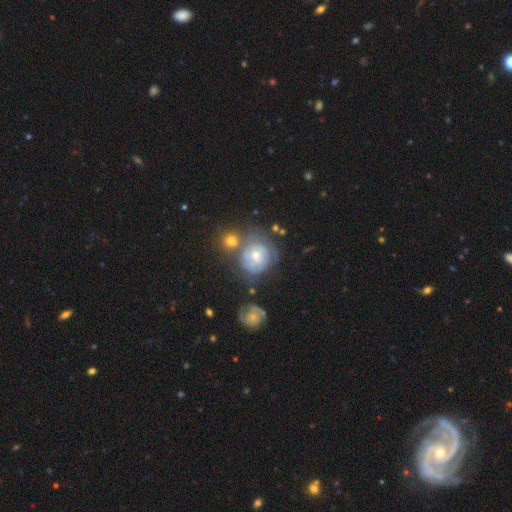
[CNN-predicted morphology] A featured or disk galaxy (65%) with no bar (73%), tight (65%) spiral arms (82%) and a moderate central bulge (56%). Merging: none (49%).